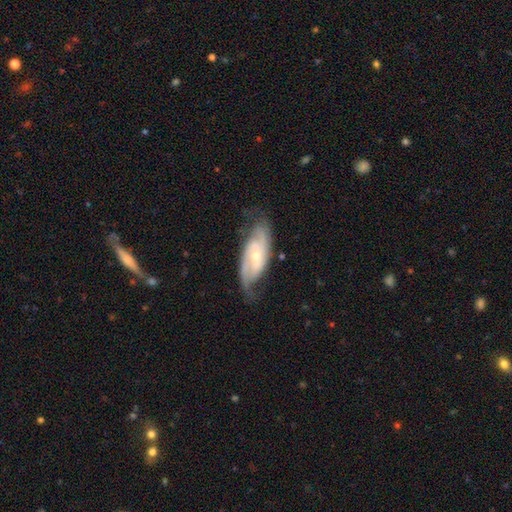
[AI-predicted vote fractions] Smooth or featured? Predicted: featured or disk (p=0.84). Edge-on disk? Predicted: no (p=0.93). Bar? Predicted: no (p=0.54). Spiral arms? Predicted: yes (p=0.96). Spiral winding? Predicted: medium (p=0.44). Spiral arm count? Predicted: 2 (p=0.72). Bulge size? Predicted: small (p=0.57). Merging? Predicted: none (p=0.71).